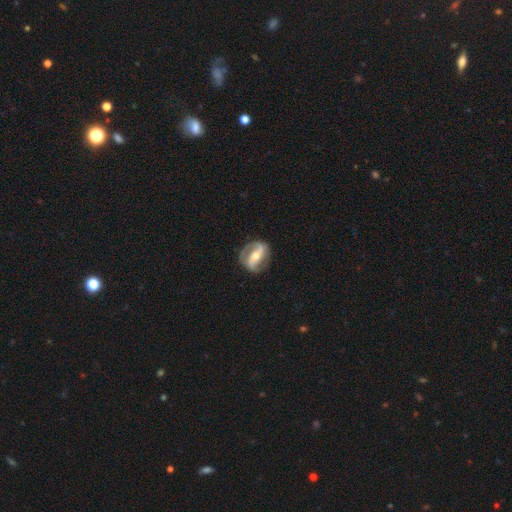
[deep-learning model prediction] This is clearly a featured or disk galaxy (84%). It is clearly not viewed edge-on (96%). Bar: possibly strong (58%). Spiral arm pattern: clearly yes (91%). Spiral arm count: clearly 2 (89%). Spiral winding: marginally medium (44%). Central bulge: possibly moderate (59%). Merging: clearly none (81%).